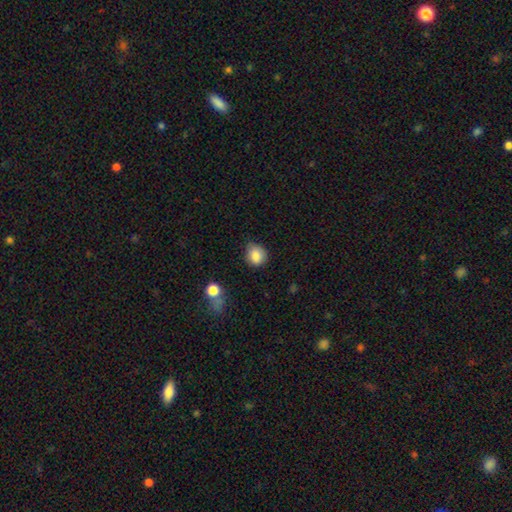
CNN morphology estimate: This is clearly a smooth galaxy (85%). How rounded: likely round (77%). Merging: likely none (66%).